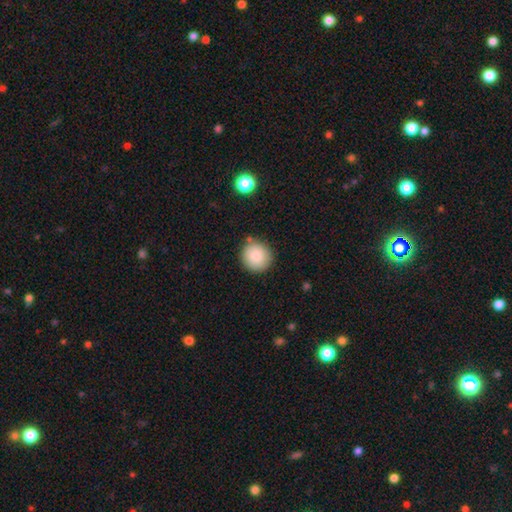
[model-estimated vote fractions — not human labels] A smooth galaxy with no disk features (86%) that is round (92%).

Vote fractions:
- Smooth or featured? smooth: 86% / star or artifact: 8% / featured or disk: 5%
- How rounded? round: 92% / in between: 7% / cigar-shaped: 1%
- Merging? none: 84% / minor disturbance: 10% / merger: 3% / major disturbance: 3%